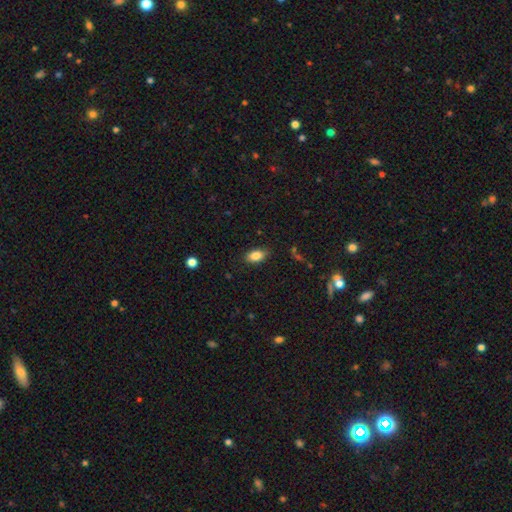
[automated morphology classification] A smooth galaxy with no disk features (85%) that is in between round and cigar-shaped (89%).

Vote fractions:
- Smooth or featured? smooth: 85% / star or artifact: 9% / featured or disk: 6%
- How rounded? in between: 89% / round: 8% / cigar-shaped: 4%
- Merging? none: 84% / minor disturbance: 13% / major disturbance: 3% / merger: 1%